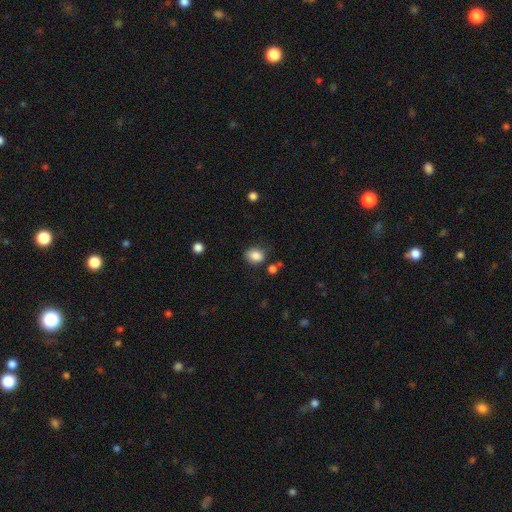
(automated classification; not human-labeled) The model was most divided on "how rounded": round: 50%, in between: 49%, cigar-shaped: 1%. More confident: smooth or featured — smooth (86%); merging — none (76%).